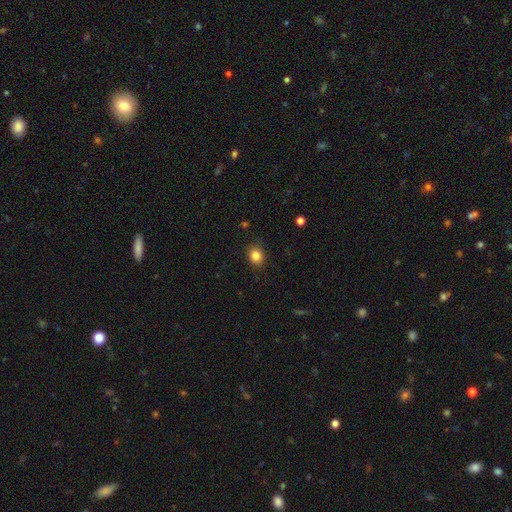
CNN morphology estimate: This appears to be a smooth galaxy with no disk features (84%) that is round (69%). Merging: none (87%).